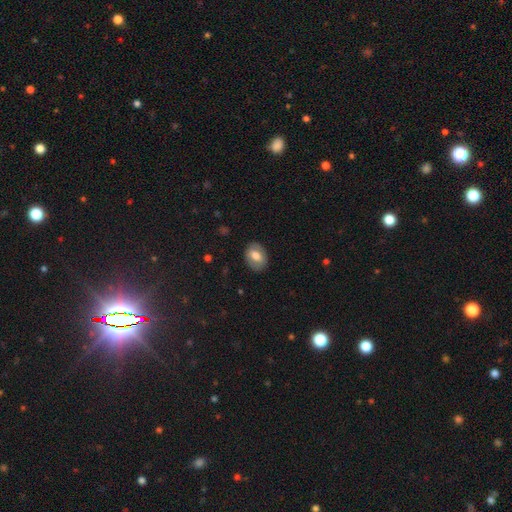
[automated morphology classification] Smooth or featured? smooth (69%)
How rounded? in between (71%)
Merging? none (84%)